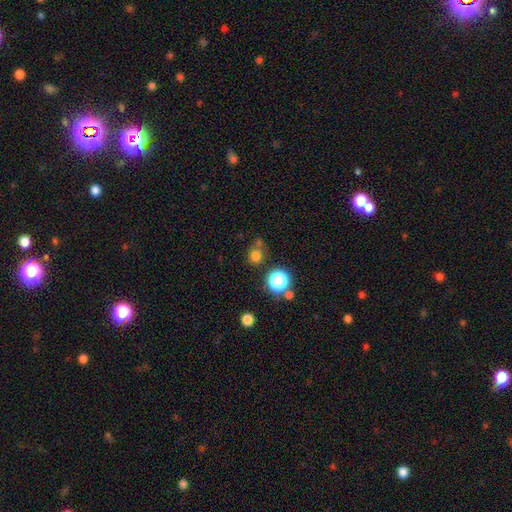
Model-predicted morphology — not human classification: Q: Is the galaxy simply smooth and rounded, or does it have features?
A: smooth — 74%.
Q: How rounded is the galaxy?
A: round — 84%.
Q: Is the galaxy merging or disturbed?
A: none — 66%.